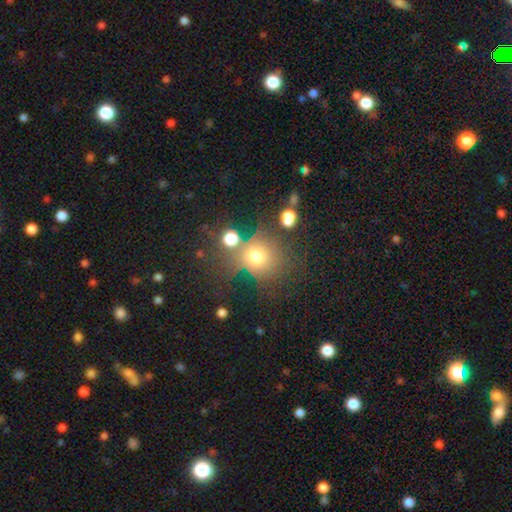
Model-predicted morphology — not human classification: smooth 69%, star or artifact 19%, featured or disk 11%. Down the decision tree: how rounded — round (82%); merging — none (59%).